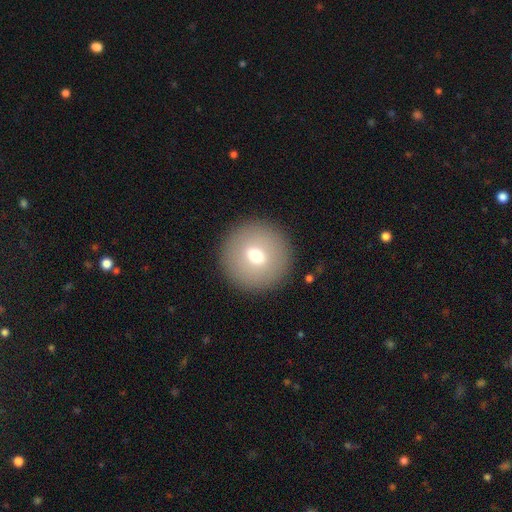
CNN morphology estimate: smooth-or-featured: smooth: 68% | featured or disk: 23% | star or artifact: 10%
  how-rounded: round: 95% | in between: 4% | cigar-shaped: 1%
  merging: none: 91% | minor disturbance: 5% | major disturbance: 3% | merger: 1%